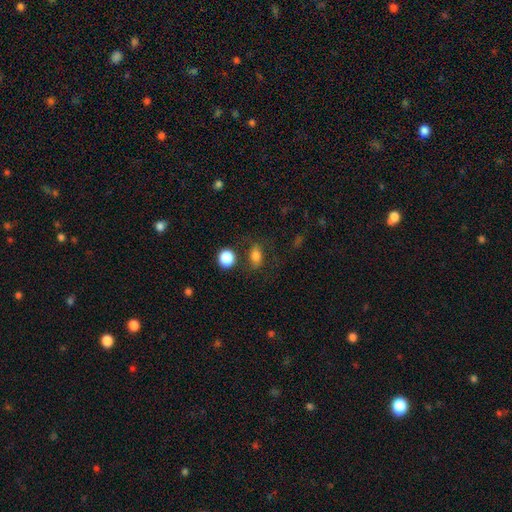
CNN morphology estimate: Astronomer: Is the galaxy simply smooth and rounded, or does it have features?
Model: smooth — 80%.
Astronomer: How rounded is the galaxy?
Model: in between — 72%.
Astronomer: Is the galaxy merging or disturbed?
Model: none — 70%.